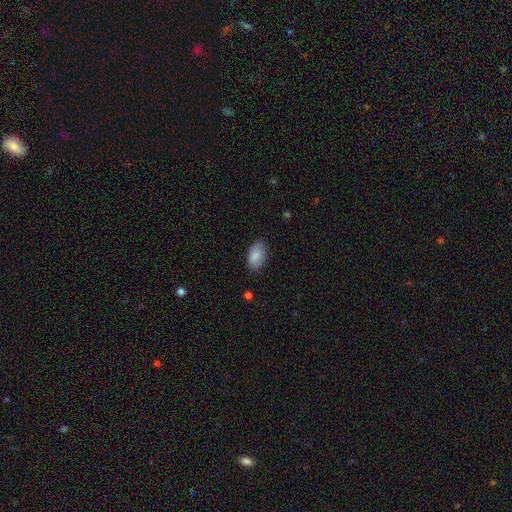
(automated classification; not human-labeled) Smooth or featured?
  - smooth: 86% *
  - featured or disk: 7%
  - star or artifact: 7%
How rounded?
  - in between: 93% *
  - round: 5%
  - cigar-shaped: 2%
Merging?
  - none: 83% *
  - minor disturbance: 13%
  - major disturbance: 3%
  - merger: 1%